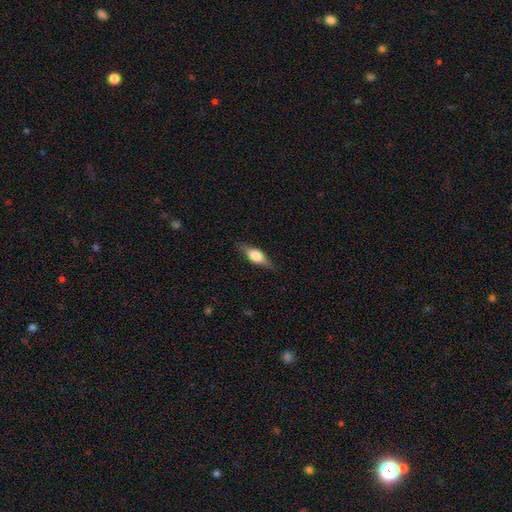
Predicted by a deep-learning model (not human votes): smooth-or-featured: smooth: 53% | featured or disk: 40% | star or artifact: 7%
  how-rounded: in between: 66% | cigar-shaped: 29% | round: 5%
  merging: none: 82% | minor disturbance: 13% | major disturbance: 3% | merger: 1%